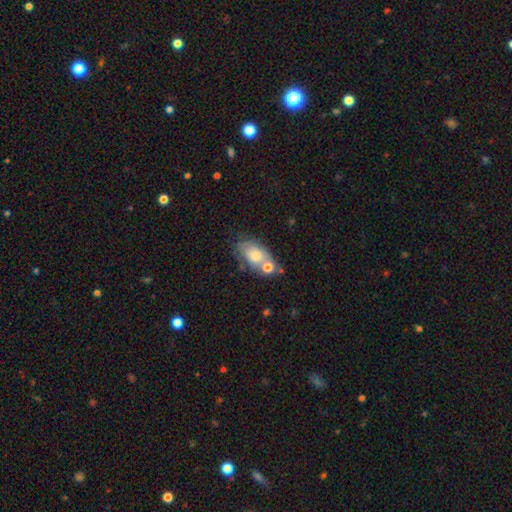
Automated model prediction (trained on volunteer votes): The model was most divided on "merging": none: 38%, merger: 32%, minor disturbance: 20%, major disturbance: 10%. More confident: how rounded — in between (85%); smooth or featured — smooth (62%).